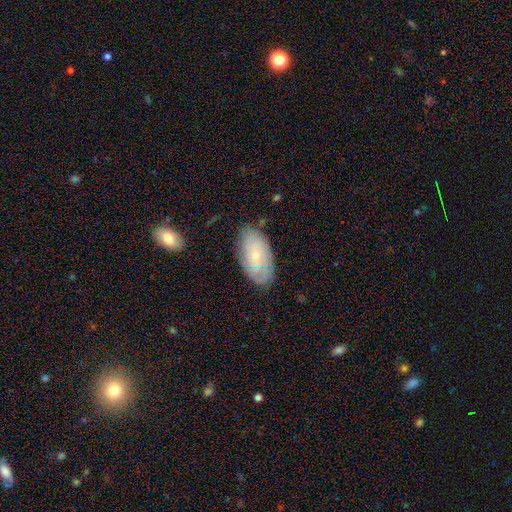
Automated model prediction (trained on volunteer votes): This appears to be a featured or disk galaxy (53%). Merging: none (78%).